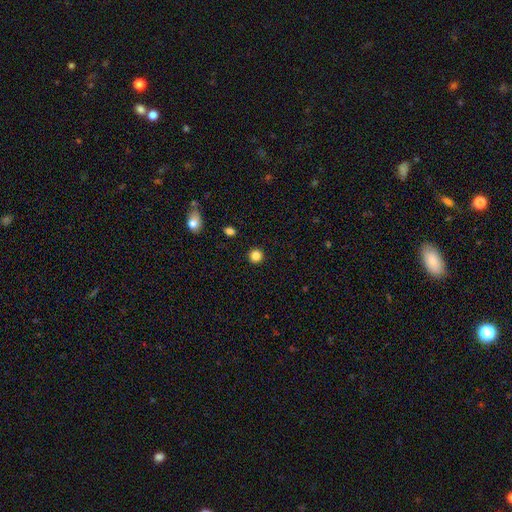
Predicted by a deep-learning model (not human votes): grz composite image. It shows a smooth galaxy with no disk features (84%) that is round (95%). Merging: none (93%).